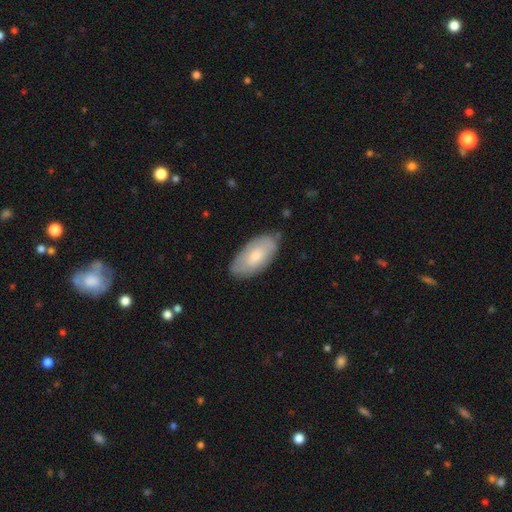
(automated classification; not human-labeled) Smooth or featured? Predicted: smooth (p=0.65). How rounded? Predicted: in between (p=0.93). Merging? Predicted: none (p=0.75).